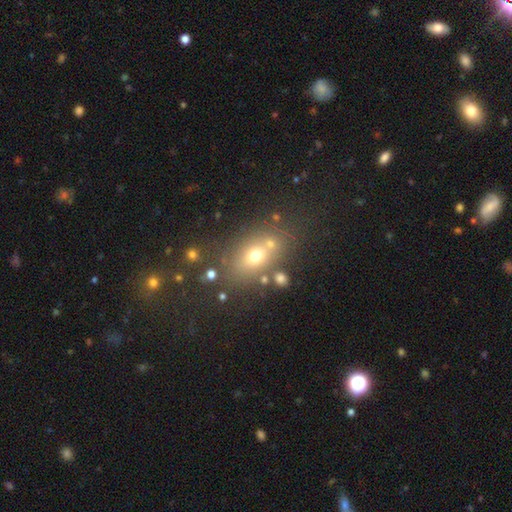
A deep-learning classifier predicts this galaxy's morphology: Smooth or featured? smooth (64%)
How rounded? in between (69%)
Merging? none (67%)